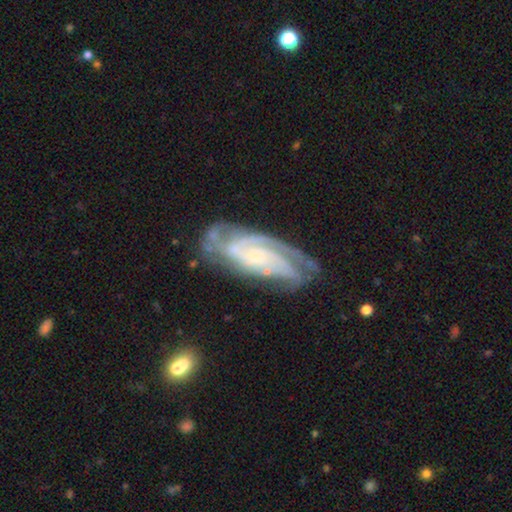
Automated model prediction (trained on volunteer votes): Smooth or featured? featured or disk (87%)
Edge-on disk? no (94%)
Bar? no (64%)
Spiral arms? yes (97%)
Spiral winding? tight (62%)
Spiral arm count? 3 (31%)
Bulge size? small (73%)
Merging? none (64%)